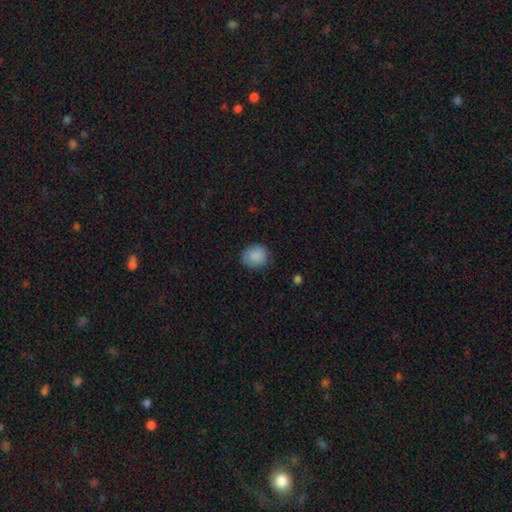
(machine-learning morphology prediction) This appears to be a smooth galaxy with no disk features (86%) that is round (64%). Merging: none (78%).